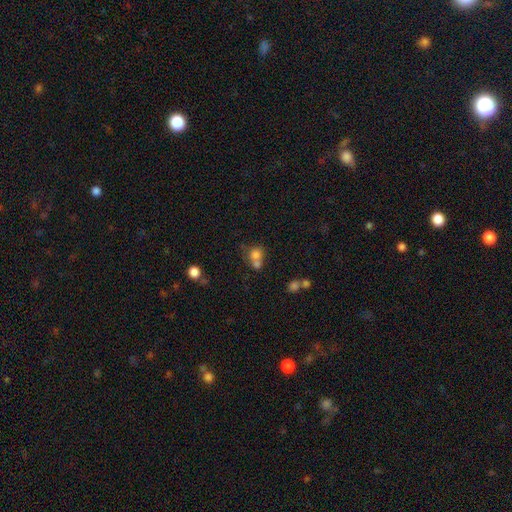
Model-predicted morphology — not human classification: This is likely a smooth galaxy (75%). How rounded: likely round (76%). Merging: possibly merger (51%).